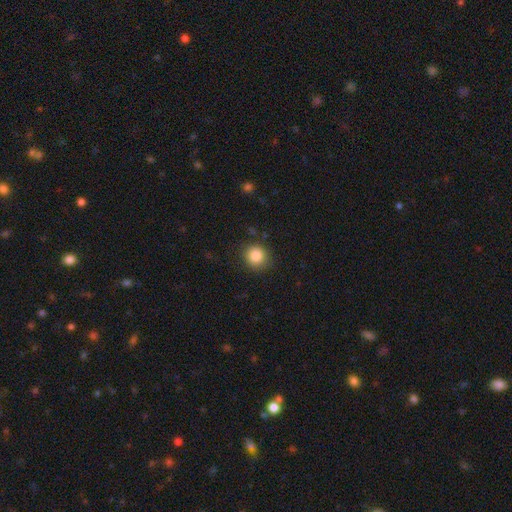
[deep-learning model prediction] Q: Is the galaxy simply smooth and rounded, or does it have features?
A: smooth — 85%.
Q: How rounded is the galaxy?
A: round — 89%.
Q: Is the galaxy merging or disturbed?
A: none — 85%.